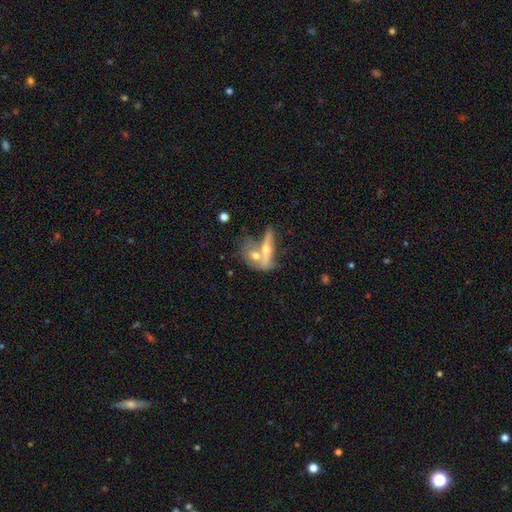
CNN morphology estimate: Smooth or featured: featured or disk — 50% (smooth — 42%)
Edge-on disk: yes — 57% (no — 43%)
Merging: merger — 61% (none — 25%)